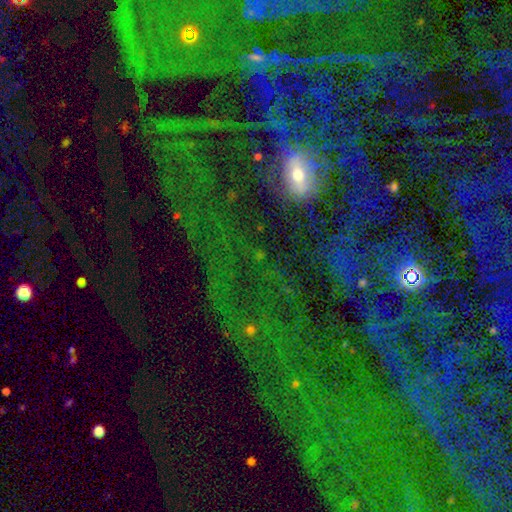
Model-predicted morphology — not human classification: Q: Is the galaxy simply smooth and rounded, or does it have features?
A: star or artifact — 65%.